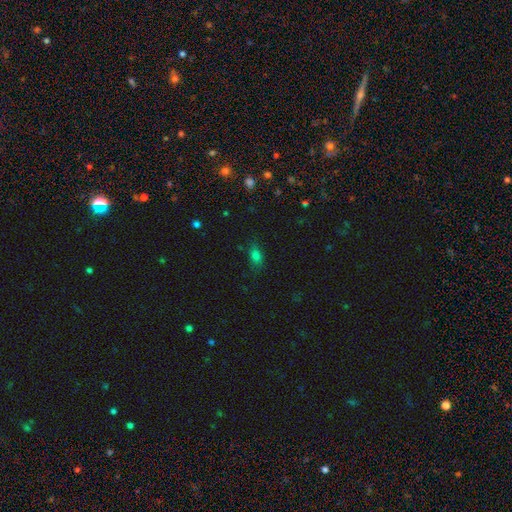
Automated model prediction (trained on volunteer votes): Smooth or featured: smooth — 74% (star or artifact — 18%)
How rounded: in between — 78% (round — 14%)
Merging: none — 74% (minor disturbance — 18%)